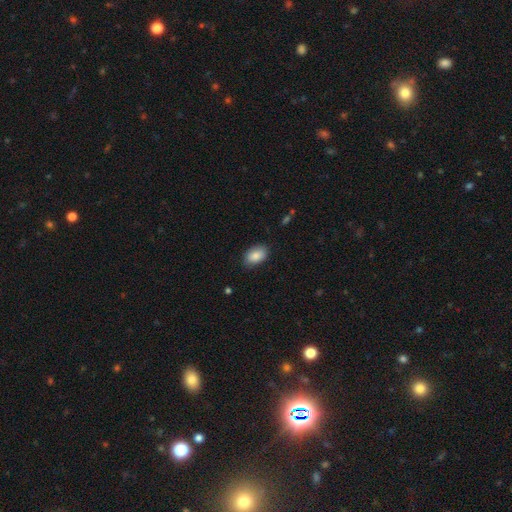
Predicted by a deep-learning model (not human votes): Smooth or featured: smooth — 87% (star or artifact — 7%)
How rounded: in between — 90% (round — 9%)
Merging: none — 83% (minor disturbance — 13%)